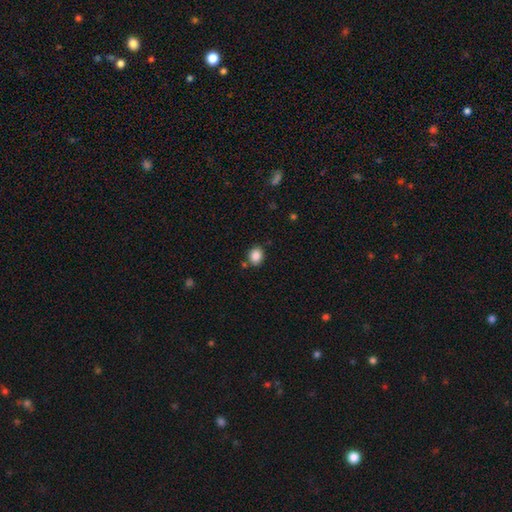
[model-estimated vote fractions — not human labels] Smooth or featured? Predicted: smooth (p=0.87). How rounded? Predicted: round (p=0.57). Merging? Predicted: none (p=0.81).